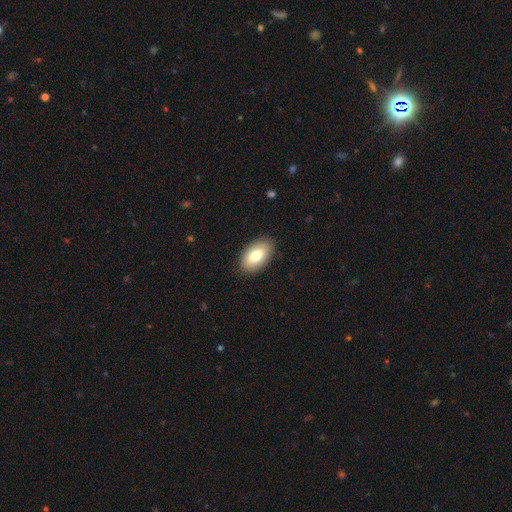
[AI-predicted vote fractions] smooth_or_featured: smooth (p=0.78) [alt: featured or disk p=0.16]
how_rounded: in between (p=0.94) [alt: round p=0.04]
merging: none (p=0.88) [alt: minor disturbance p=0.09]